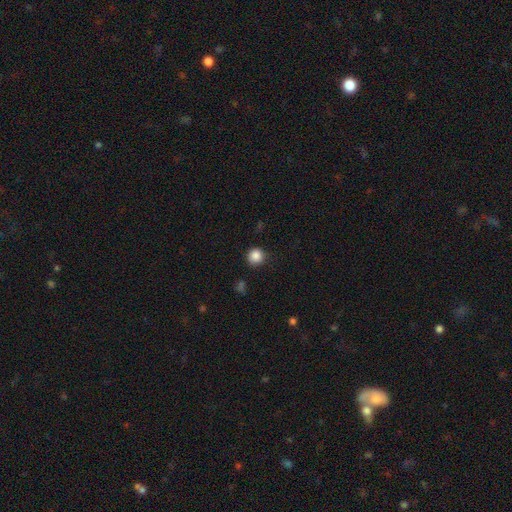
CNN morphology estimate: Smooth or featured: smooth — 86% (star or artifact — 10%)
How rounded: round — 93% (in between — 6%)
Merging: none — 87% (minor disturbance — 9%)